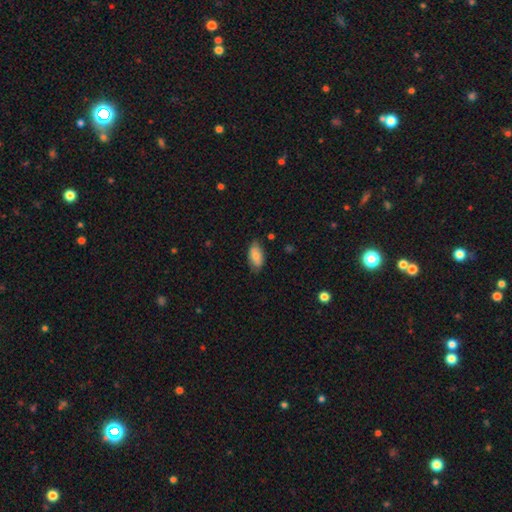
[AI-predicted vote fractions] smooth 82%, featured or disk 12%, star or artifact 6%. Down the decision tree: how rounded — in between (93%); merging — none (76%).